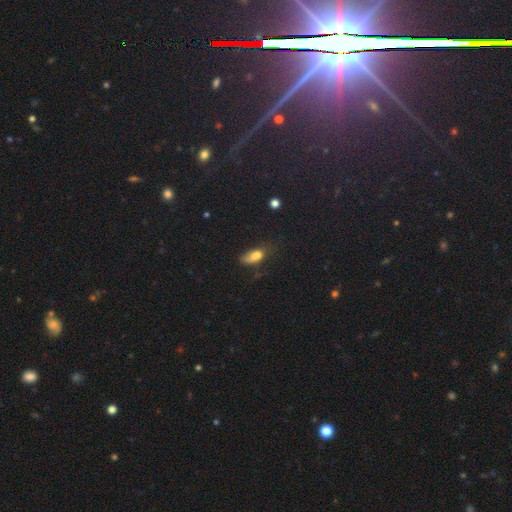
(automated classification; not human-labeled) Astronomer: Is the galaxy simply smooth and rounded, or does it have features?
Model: smooth — 73%.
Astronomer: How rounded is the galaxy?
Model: in between — 79%.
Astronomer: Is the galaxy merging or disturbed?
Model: none — 36% (runner-up: minor disturbance, 31%).